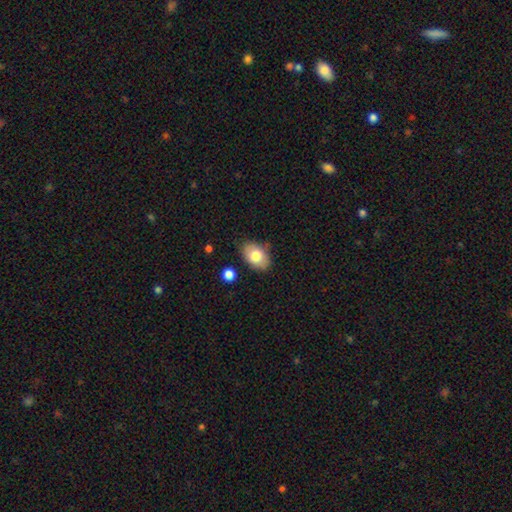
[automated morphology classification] Smooth or featured?
  - smooth: 77% *
  - featured or disk: 16%
  - star or artifact: 7%
How rounded?
  - in between: 88% *
  - round: 11%
  - cigar-shaped: 1%
Merging?
  - none: 80% *
  - minor disturbance: 14%
  - merger: 3%
  - major disturbance: 3%